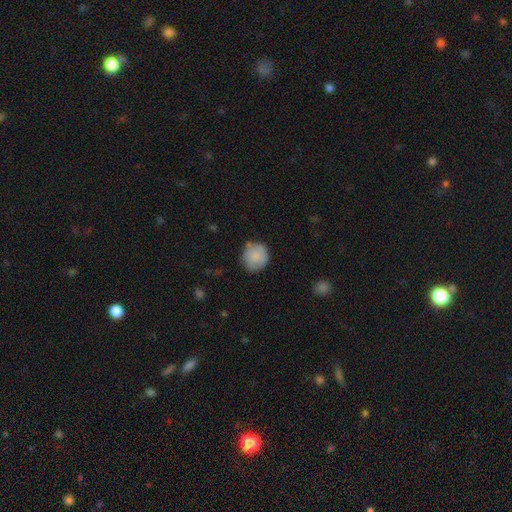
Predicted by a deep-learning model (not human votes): smooth-or-featured: smooth: 82% | featured or disk: 12% | star or artifact: 7%
  how-rounded: round: 87% | in between: 12% | cigar-shaped: 1%
  merging: none: 71% | minor disturbance: 22% | major disturbance: 5% | merger: 3%